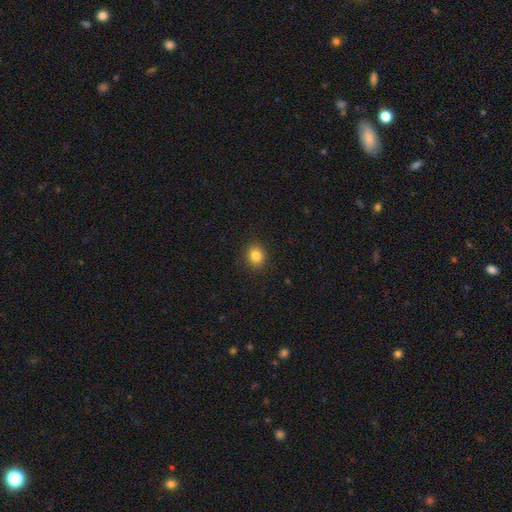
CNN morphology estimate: Q: Smooth or featured?
A: smooth (84%); runner-up: star or artifact (11%)
Q: How rounded?
A: round (73%); runner-up: in between (26%)
Q: Merging?
A: none (90%); runner-up: minor disturbance (7%)